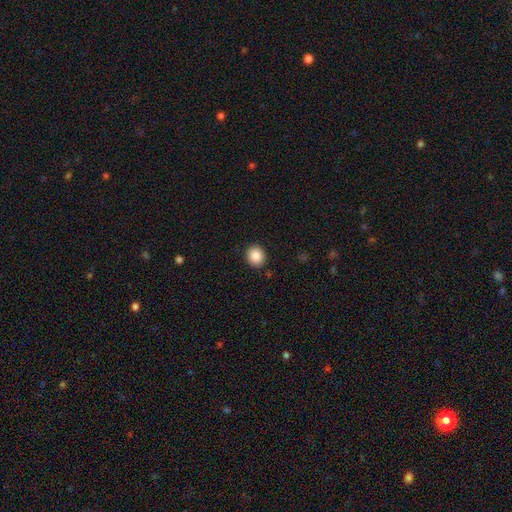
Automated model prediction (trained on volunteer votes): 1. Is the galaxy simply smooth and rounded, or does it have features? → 88% smooth, 9% star or artifact, 4% featured or disk.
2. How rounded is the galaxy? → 81% round, 18% in between, 1% cigar-shaped.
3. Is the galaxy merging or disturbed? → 91% none, 6% minor disturbance, 2% major disturbance, 1% merger.